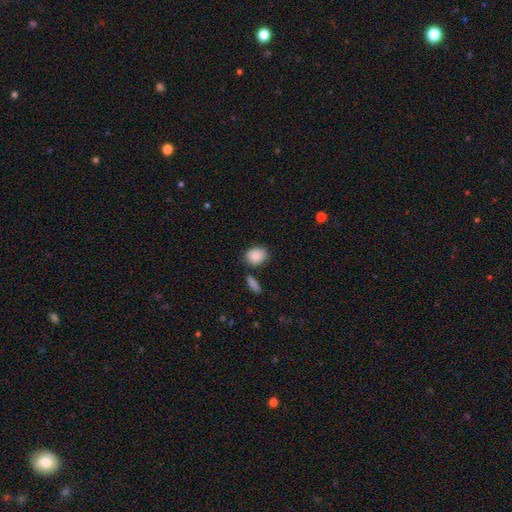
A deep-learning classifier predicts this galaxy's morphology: Smooth or featured? Predicted: smooth (p=0.88). How rounded? Predicted: in between (p=0.53). Merging? Predicted: none (p=0.73).